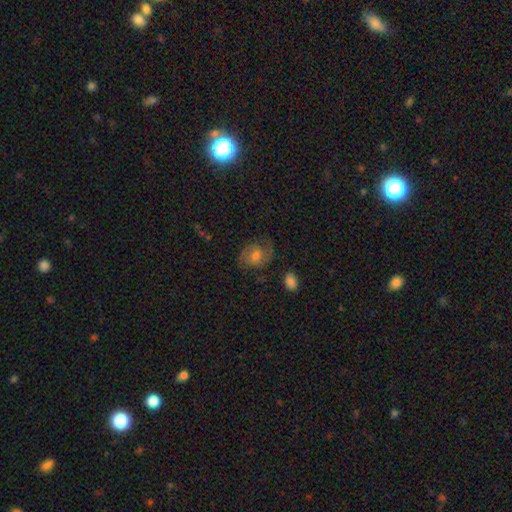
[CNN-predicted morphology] Overall: featured or disk (61%; smooth 28%). Edge-on disk: no (97%). Bar: no (65%; weak 30%). Spiral arms: yes (86%). Spiral arm count: 2 (78%). Spiral winding: medium (46%; tight 35%). Bulge size: moderate (67%). Merging: none (71%).